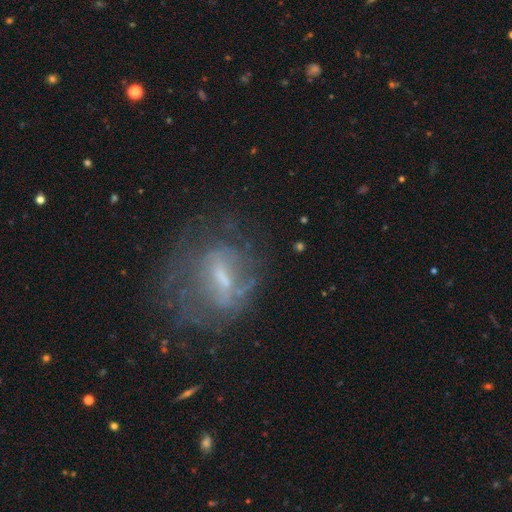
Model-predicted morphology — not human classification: This is likely a featured or disk galaxy (63%). It is clearly not viewed edge-on (90%). Bar: marginally weak (45%). Spiral arm pattern: possibly no (52%). Central bulge: possibly small (50%). Merging: possibly none (55%).